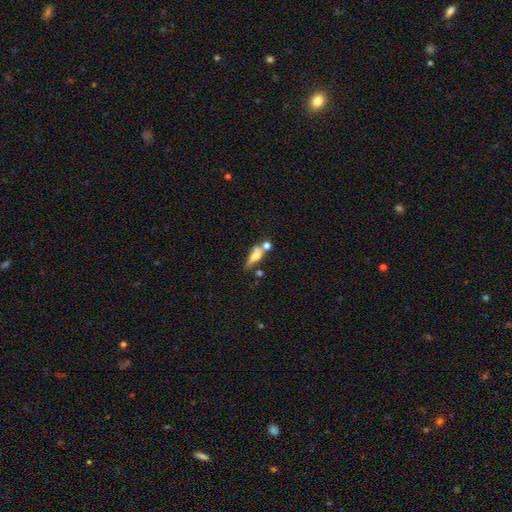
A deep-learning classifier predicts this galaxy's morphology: Overall: smooth (53%; featured or disk 38%). How rounded: in between (54%; cigar-shaped 38%). Merging: merger (41%; none 35%).